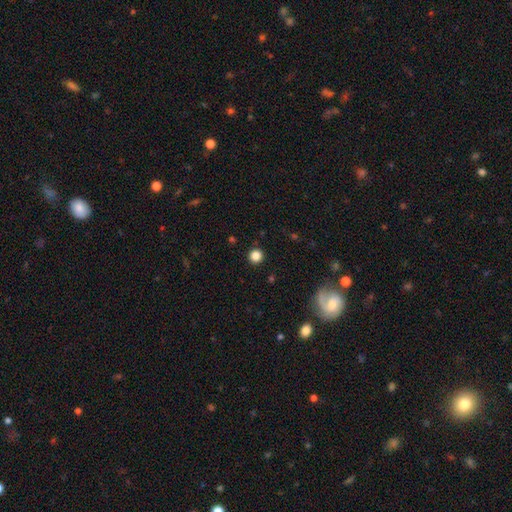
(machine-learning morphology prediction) A smooth galaxy with no disk features (85%) that is round (95%).

Vote fractions:
- Smooth or featured? smooth: 85% / star or artifact: 12% / featured or disk: 3%
- How rounded? round: 95% / in between: 4% / cigar-shaped: 1%
- Merging? none: 92% / minor disturbance: 5% / major disturbance: 2% / merger: 1%